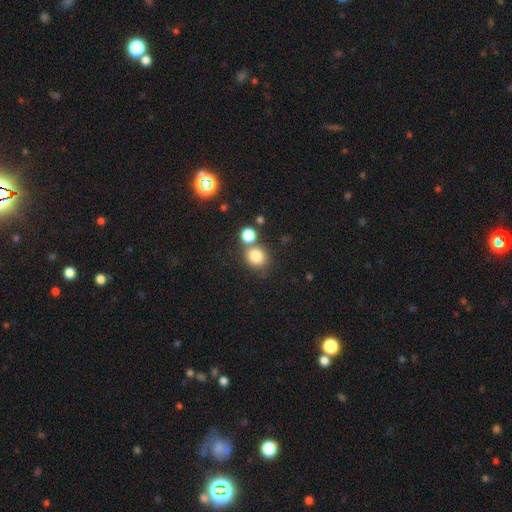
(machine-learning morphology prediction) Smooth or featured?
  - smooth: 81% *
  - star or artifact: 12%
  - featured or disk: 7%
How rounded?
  - round: 77% *
  - in between: 22%
  - cigar-shaped: 1%
Merging?
  - none: 62% *
  - merger: 23%
  - minor disturbance: 11%
  - major disturbance: 4%